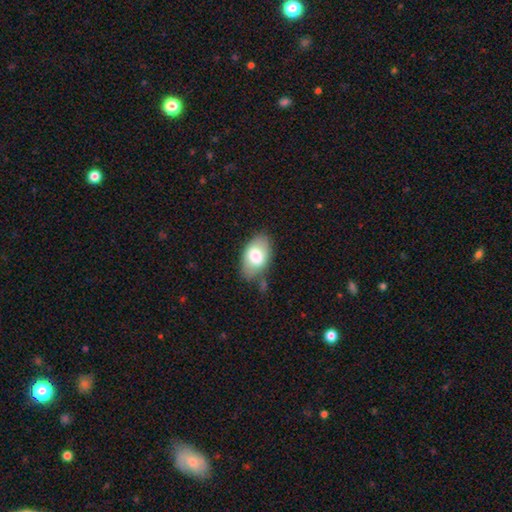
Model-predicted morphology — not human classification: Smooth or featured? Predicted: smooth (p=0.76). How rounded? Predicted: in between (p=0.93). Merging? Predicted: none (p=0.67).